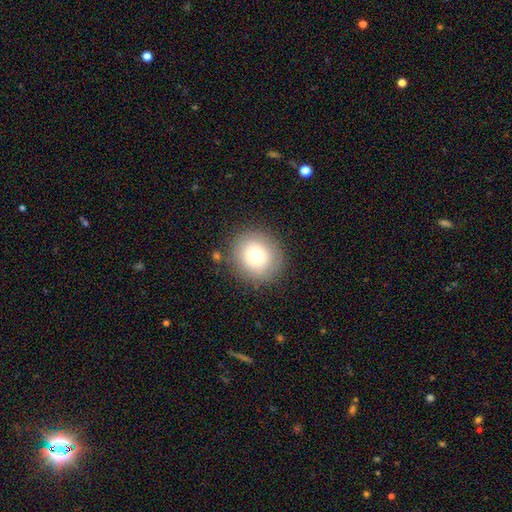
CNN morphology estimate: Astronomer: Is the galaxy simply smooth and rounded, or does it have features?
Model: smooth — 74%.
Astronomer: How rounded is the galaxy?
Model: round — 88%.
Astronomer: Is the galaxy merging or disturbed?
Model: none — 85%.